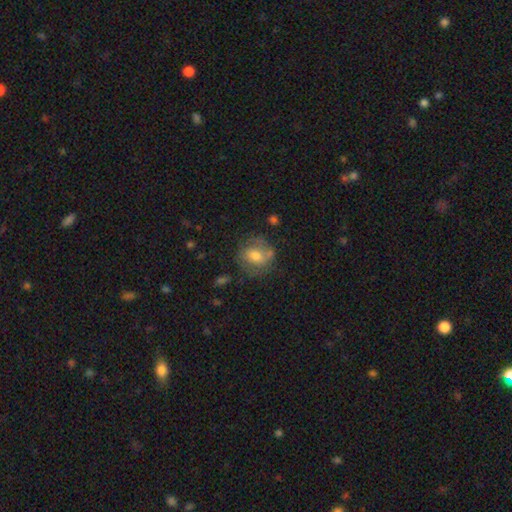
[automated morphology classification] This is possibly a smooth galaxy (59%). How rounded: likely round (69%). Merging: likely none (65%).